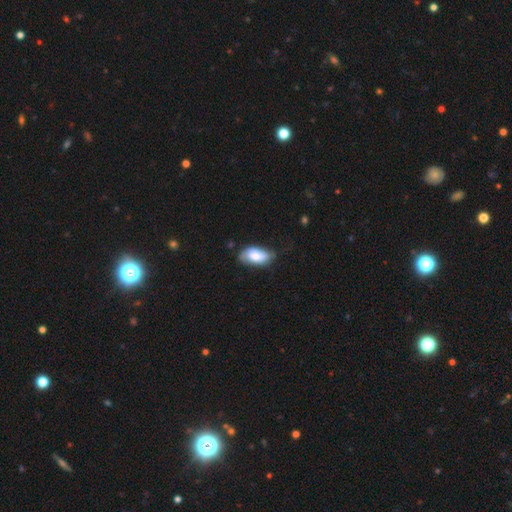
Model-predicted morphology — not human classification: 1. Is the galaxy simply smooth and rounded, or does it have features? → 67% smooth, 26% featured or disk, 6% star or artifact.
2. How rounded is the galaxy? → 93% in between, 4% cigar-shaped, 3% round.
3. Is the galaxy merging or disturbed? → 58% none, 33% minor disturbance, 8% major disturbance, 2% merger.